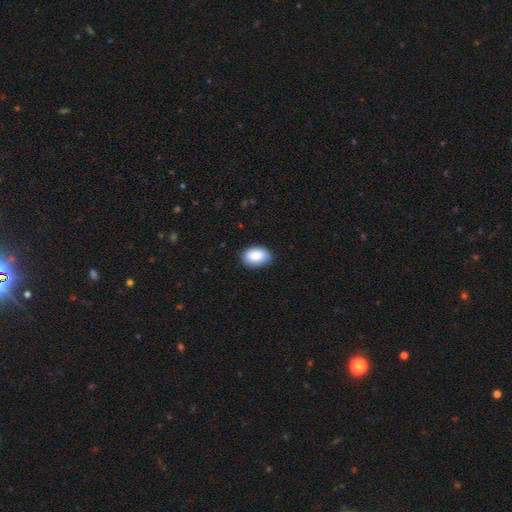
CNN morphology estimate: Smooth or featured? smooth (88%)
How rounded? in between (88%)
Merging? none (85%)